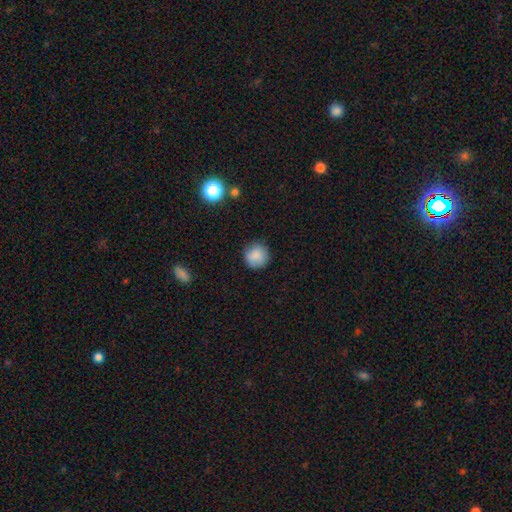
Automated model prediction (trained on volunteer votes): Overall: smooth (87%). How rounded: round (93%). Merging: none (85%).